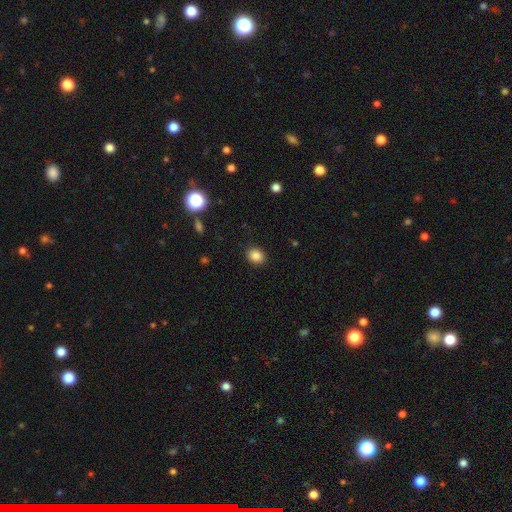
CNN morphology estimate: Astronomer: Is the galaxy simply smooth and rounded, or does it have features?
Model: smooth — 86%.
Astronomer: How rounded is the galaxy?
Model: round — 62% (runner-up: in between, 37%).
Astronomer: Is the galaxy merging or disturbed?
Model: none — 90%.